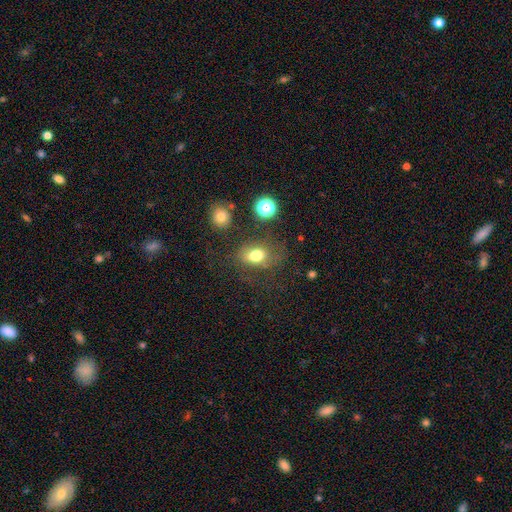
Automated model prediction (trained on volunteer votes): smooth-or-featured: smooth: 74% | star or artifact: 13% | featured or disk: 13%
  how-rounded: in between: 72% | round: 26% | cigar-shaped: 2%
  merging: none: 60% | minor disturbance: 20% | major disturbance: 15% | merger: 5%